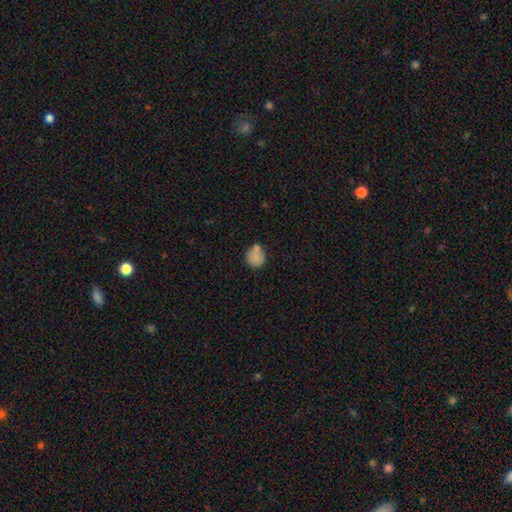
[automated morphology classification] type=smooth (81%); roundness=round (77%); merging=none (54%).